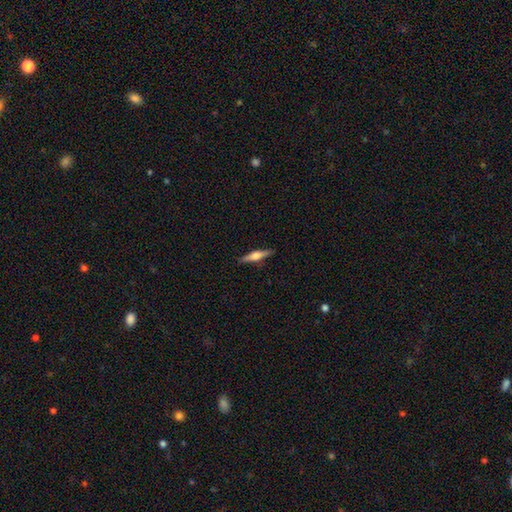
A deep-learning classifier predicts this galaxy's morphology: A featured or disk galaxy (59%) viewed edge-on (97%) with a rounded central bulge (89%). Merging: none (90%).